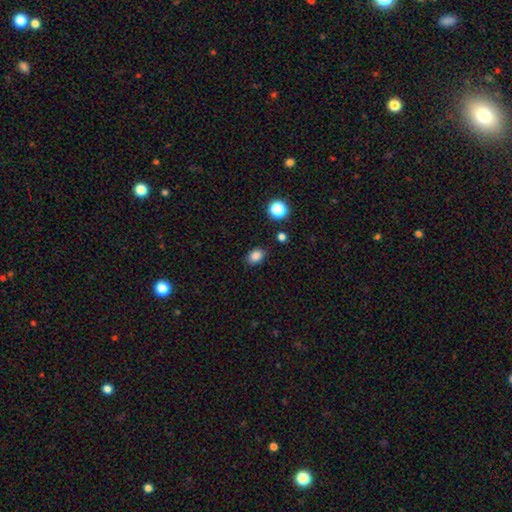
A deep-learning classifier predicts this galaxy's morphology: smooth 84%, star or artifact 11%, featured or disk 5%. Down the decision tree: how rounded — in between (71%); merging — none (84%).